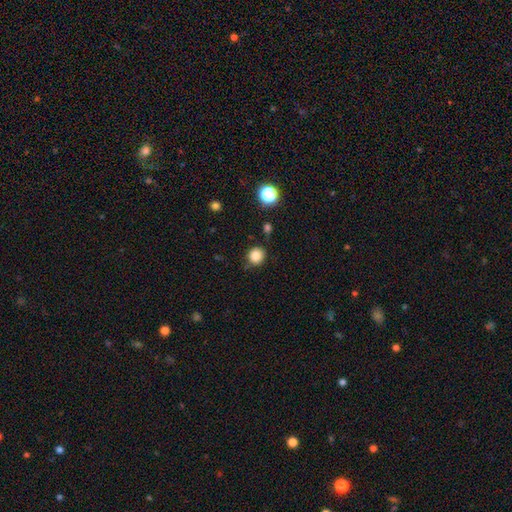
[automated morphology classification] Q: Smooth or featured?
A: smooth (84%); runner-up: star or artifact (12%)
Q: How rounded?
A: round (89%); runner-up: in between (10%)
Q: Merging?
A: none (82%); runner-up: minor disturbance (12%)